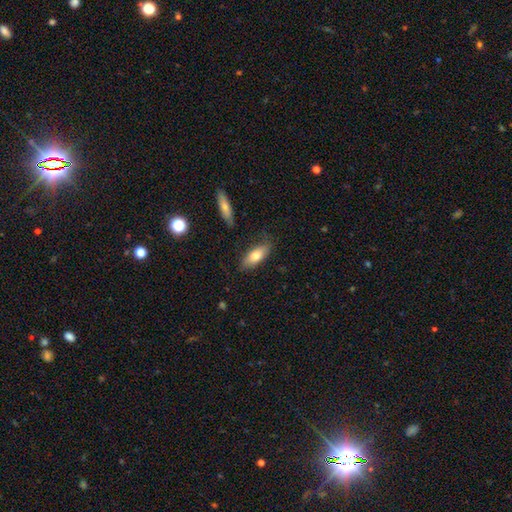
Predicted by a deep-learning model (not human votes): smooth-or-featured: smooth: 75% | featured or disk: 19% | star or artifact: 6%
  how-rounded: in between: 80% | cigar-shaped: 17% | round: 3%
  merging: none: 77% | minor disturbance: 17% | major disturbance: 3% | merger: 3%